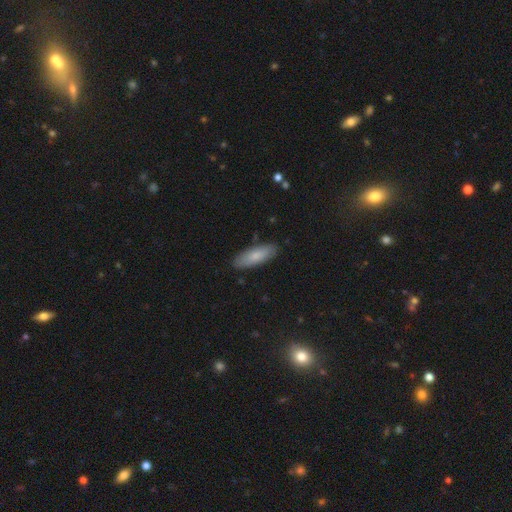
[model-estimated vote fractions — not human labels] Smooth or featured: smooth — 79% (featured or disk — 15%)
How rounded: in between — 57% (cigar-shaped — 42%)
Merging: none — 87% (minor disturbance — 10%)